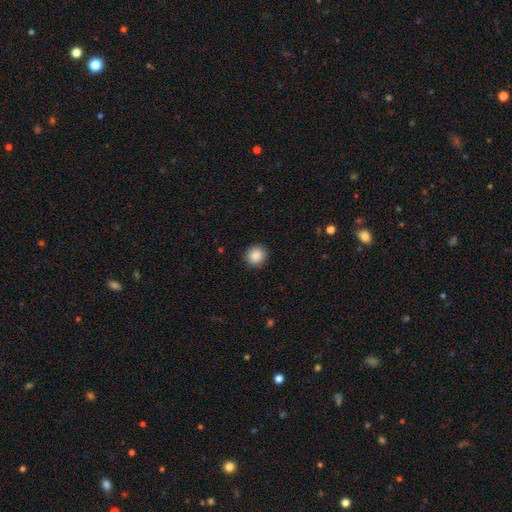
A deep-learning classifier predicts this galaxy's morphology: Smooth or featured: smooth — 88% (star or artifact — 9%)
How rounded: round — 89% (in between — 10%)
Merging: none — 91% (minor disturbance — 6%)